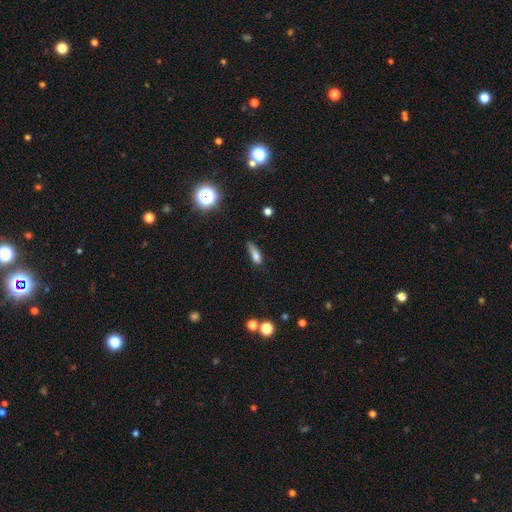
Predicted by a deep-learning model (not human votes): Smooth or featured? smooth (76%)
How rounded? in between (53%)
Merging? none (42%)